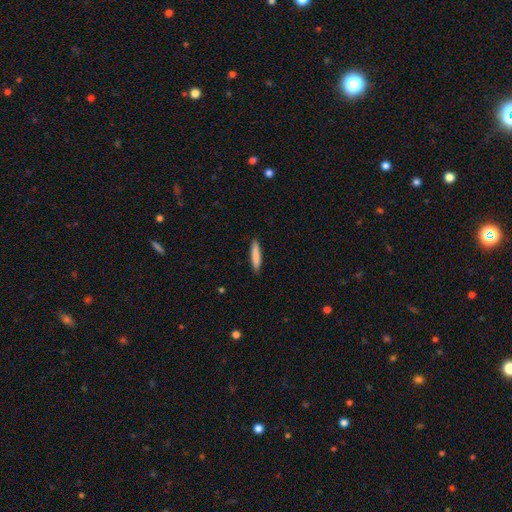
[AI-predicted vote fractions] This appears to be a smooth galaxy with no disk features (85%) that is cigar-shaped (88%). Merging: none (89%).